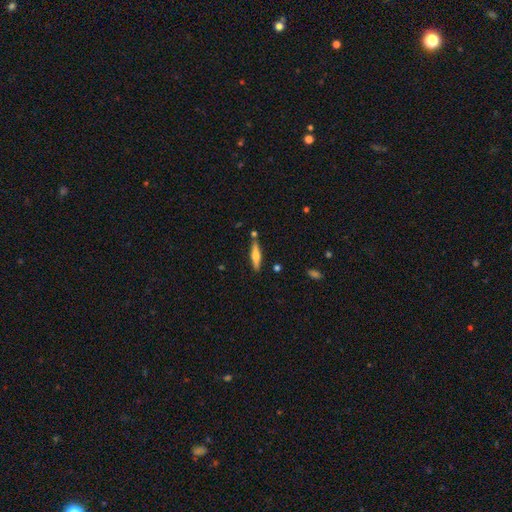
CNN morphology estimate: smooth_or_featured: featured or disk (p=0.52) [alt: smooth p=0.42]
disk_edge_on: yes (p=0.95) [alt: no p=0.05]
merging: none (p=0.84) [alt: minor disturbance p=0.10]